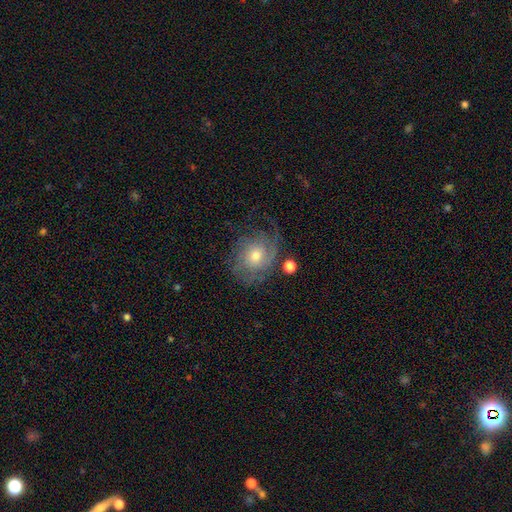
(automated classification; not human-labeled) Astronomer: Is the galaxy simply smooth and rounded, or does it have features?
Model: featured or disk — 68%.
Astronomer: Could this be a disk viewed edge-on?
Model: no — 97%.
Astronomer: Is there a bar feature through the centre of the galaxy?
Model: no — 75%.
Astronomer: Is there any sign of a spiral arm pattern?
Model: yes — 87%.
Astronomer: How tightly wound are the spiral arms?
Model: tight — 47% (runner-up: medium, 34%).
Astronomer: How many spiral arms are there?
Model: can't tell — 40% (runner-up: 2, 24%).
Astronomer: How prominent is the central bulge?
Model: moderate — 58% (runner-up: small, 35%).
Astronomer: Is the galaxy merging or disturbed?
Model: none — 57%.